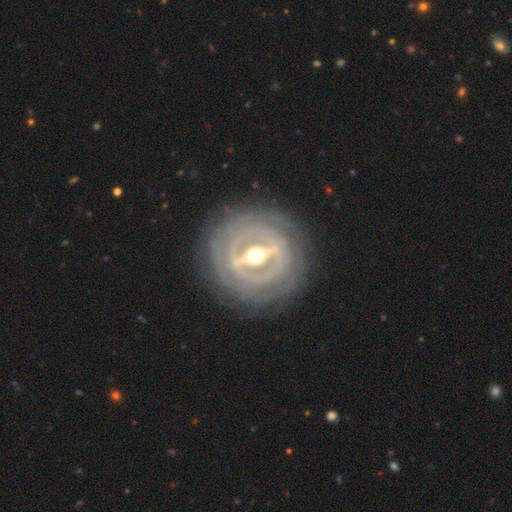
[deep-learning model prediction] Smooth or featured? featured or disk (89%)
Edge-on disk? no (85%)
Bar? strong (77%)
Spiral arms? yes (67%)
Spiral winding? tight (83%)
Spiral arm count? can't tell (49%)
Bulge size? moderate (74%)
Merging? none (85%)